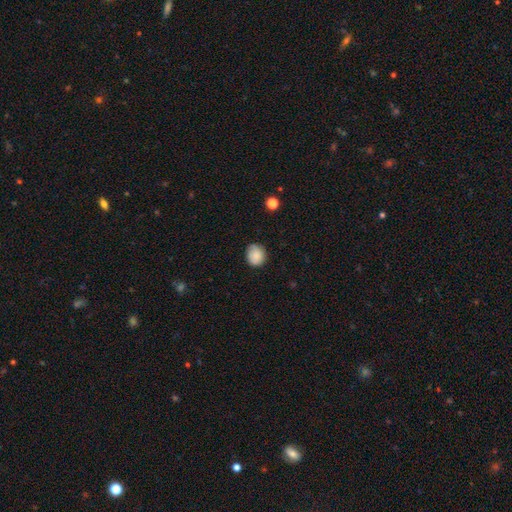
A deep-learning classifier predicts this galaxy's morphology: Q: Smooth or featured?
A: smooth (86%); runner-up: star or artifact (8%)
Q: How rounded?
A: round (73%); runner-up: in between (26%)
Q: Merging?
A: none (78%); runner-up: minor disturbance (18%)